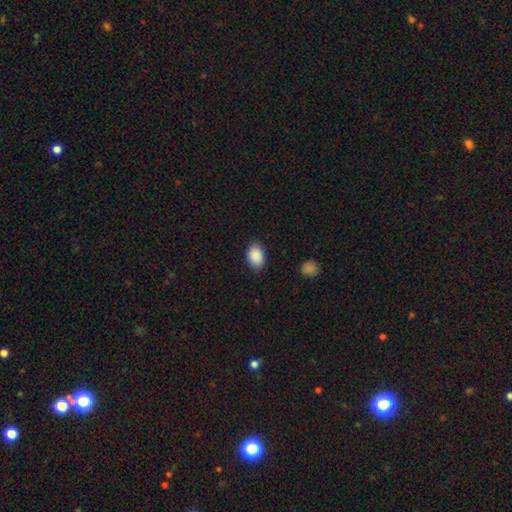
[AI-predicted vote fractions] smooth-or-featured: smooth: 90% | star or artifact: 7% | featured or disk: 3%
  how-rounded: in between: 80% | round: 19% | cigar-shaped: 1%
  merging: none: 85% | minor disturbance: 12% | major disturbance: 3% | merger: 1%